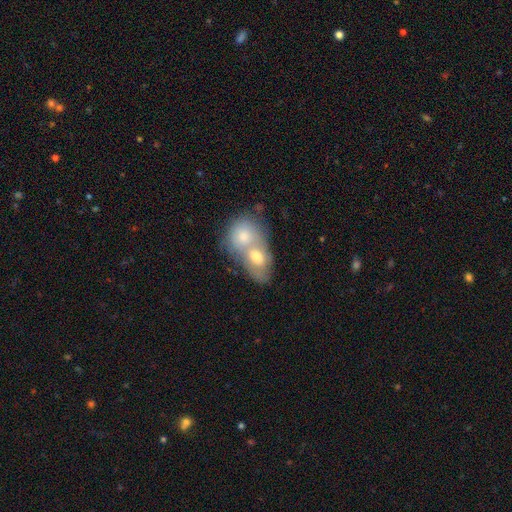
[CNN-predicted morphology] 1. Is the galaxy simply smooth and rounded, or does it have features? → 60% smooth, 32% featured or disk, 9% star or artifact.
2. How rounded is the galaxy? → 62% in between, 36% round, 3% cigar-shaped.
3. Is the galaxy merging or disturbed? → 77% merger, 15% none, 5% minor disturbance, 3% major disturbance.